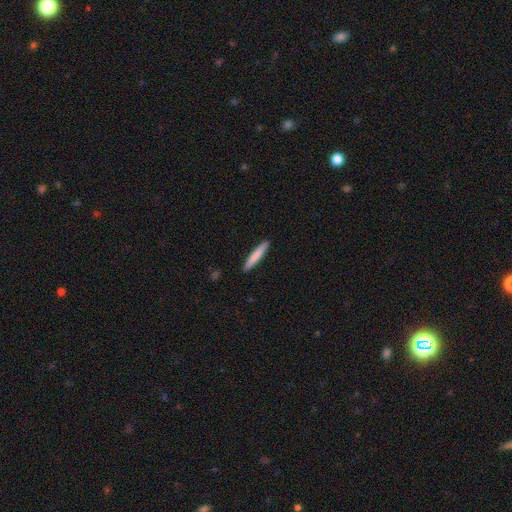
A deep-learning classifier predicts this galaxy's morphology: Q: Smooth or featured?
A: smooth (80%); runner-up: featured or disk (15%)
Q: How rounded?
A: cigar-shaped (95%); runner-up: in between (4%)
Q: Merging?
A: none (92%); runner-up: minor disturbance (6%)